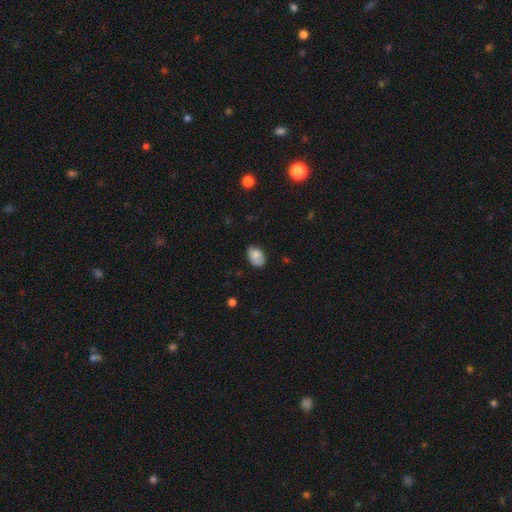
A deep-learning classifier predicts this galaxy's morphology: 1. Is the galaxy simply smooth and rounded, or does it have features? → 79% smooth, 13% featured or disk, 8% star or artifact.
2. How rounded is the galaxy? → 87% in between, 12% round, 1% cigar-shaped.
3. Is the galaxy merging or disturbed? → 70% none, 23% minor disturbance, 5% major disturbance, 2% merger.